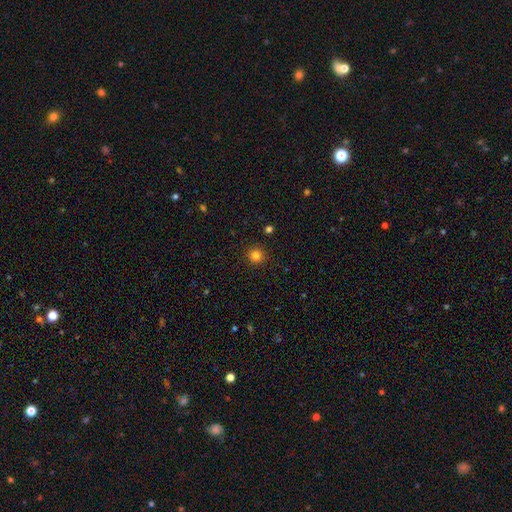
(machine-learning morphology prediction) Q: Smooth or featured?
A: smooth (82%); runner-up: star or artifact (13%)
Q: How rounded?
A: round (94%); runner-up: in between (5%)
Q: Merging?
A: none (92%); runner-up: minor disturbance (5%)